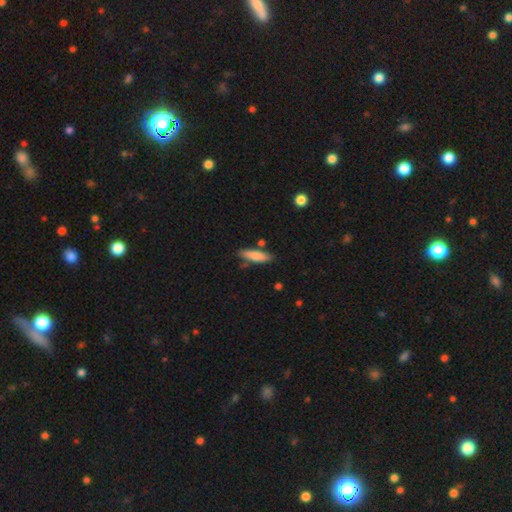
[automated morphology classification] type=smooth (80%); roundness=cigar-shaped (69%); merging=none (78%).